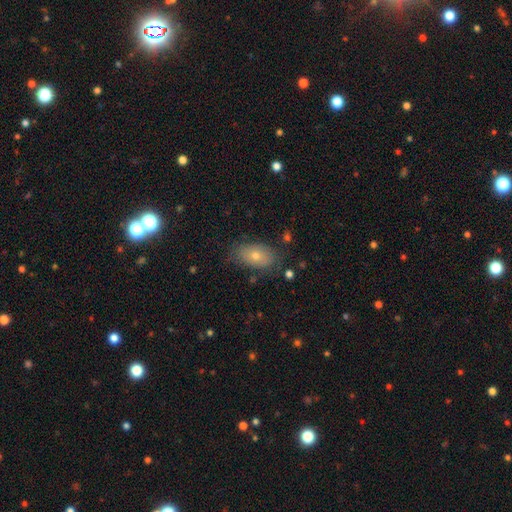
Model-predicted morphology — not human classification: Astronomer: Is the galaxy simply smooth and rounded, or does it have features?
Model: smooth — 62%.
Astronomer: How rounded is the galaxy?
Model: in between — 88%.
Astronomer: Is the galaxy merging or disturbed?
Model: none — 78%.